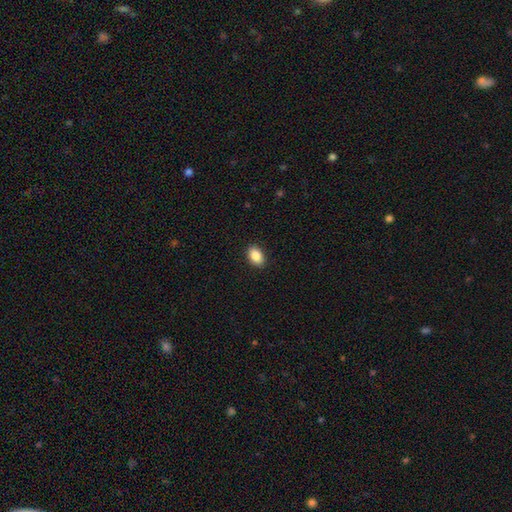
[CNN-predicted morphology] Q: Smooth or featured?
A: smooth (88%); runner-up: star or artifact (8%)
Q: How rounded?
A: in between (85%); runner-up: round (13%)
Q: Merging?
A: none (89%); runner-up: minor disturbance (8%)